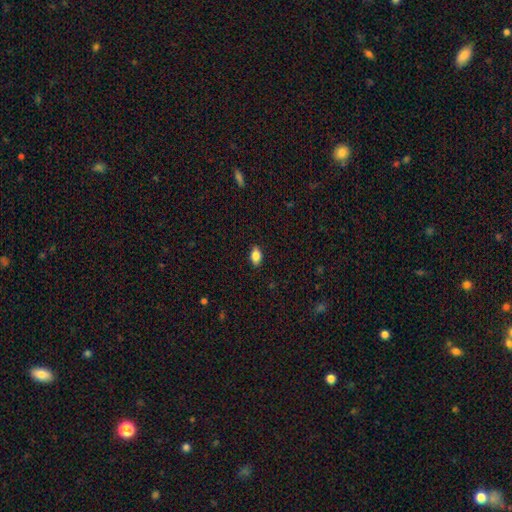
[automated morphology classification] smooth 84%, star or artifact 8%, featured or disk 7%. Down the decision tree: how rounded — in between (88%); merging — none (88%).